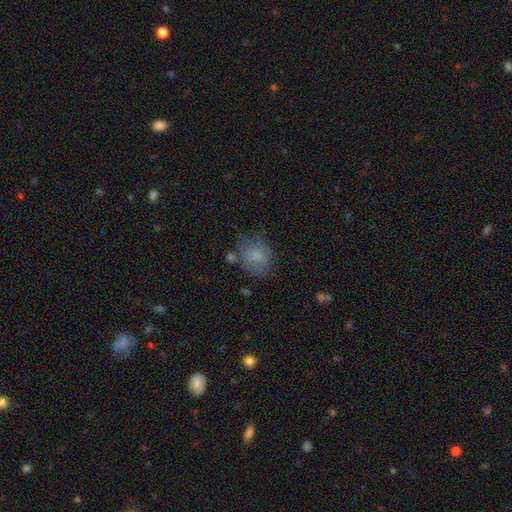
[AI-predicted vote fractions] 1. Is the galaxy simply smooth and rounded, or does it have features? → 75% smooth, 15% featured or disk, 9% star or artifact.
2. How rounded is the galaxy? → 61% round, 38% in between, 1% cigar-shaped.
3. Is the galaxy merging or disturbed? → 58% none, 24% minor disturbance, 12% major disturbance, 6% merger.